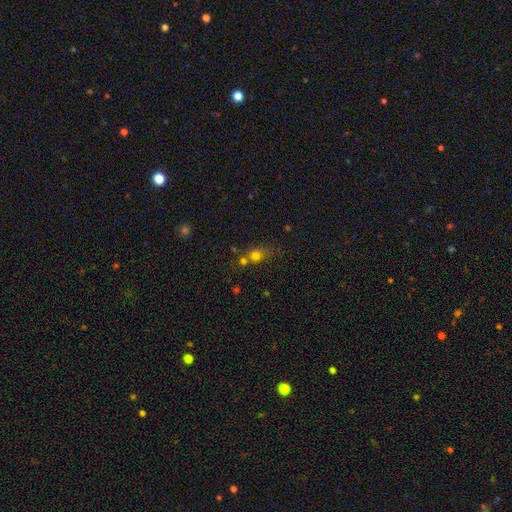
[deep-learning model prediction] A smooth galaxy with no disk features (63%) that is round (67%).

Vote fractions:
- Smooth or featured? smooth: 63% / star or artifact: 22% / featured or disk: 15%
- How rounded? round: 67% / in between: 30% / cigar-shaped: 3%
- Merging? merger: 42% / none: 39% / minor disturbance: 12% / major disturbance: 7%